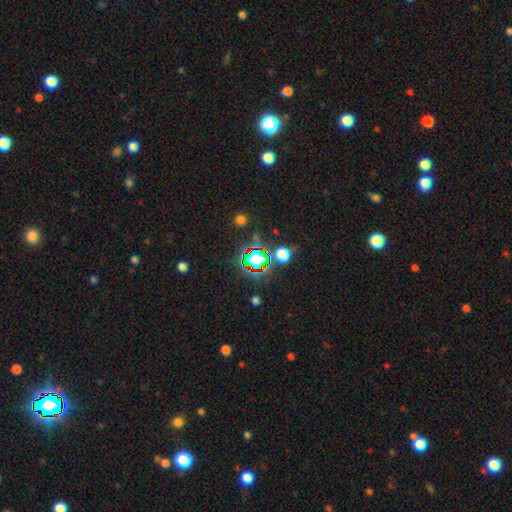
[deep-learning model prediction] A star or artifact, not a galaxy (75%).